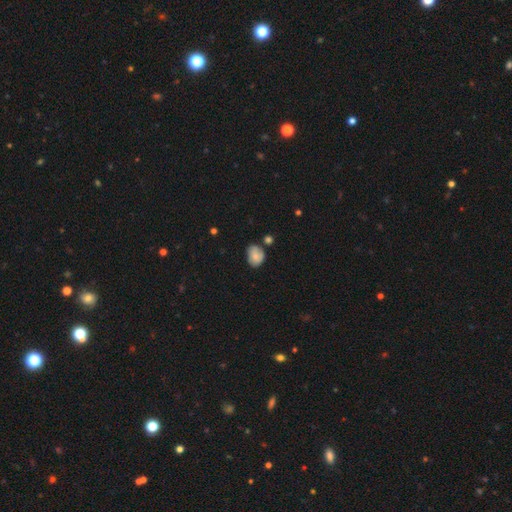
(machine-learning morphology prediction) smooth-or-featured: smooth: 74% | featured or disk: 17% | star or artifact: 9%
  how-rounded: in between: 59% | round: 40% | cigar-shaped: 1%
  merging: none: 55% | minor disturbance: 28% | merger: 11% | major disturbance: 6%